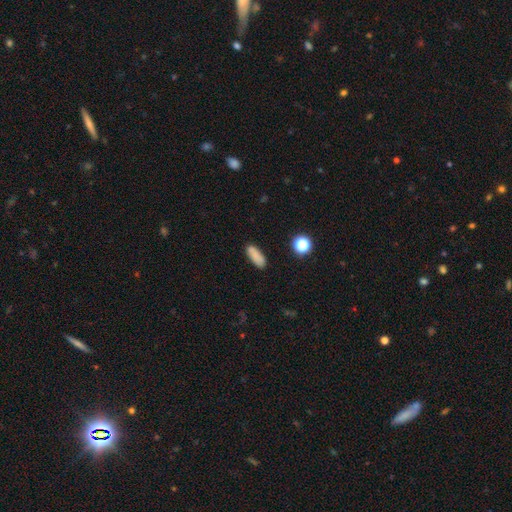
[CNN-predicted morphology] Overall: smooth (83%). How rounded: in between (65%; cigar-shaped 32%). Merging: none (83%).